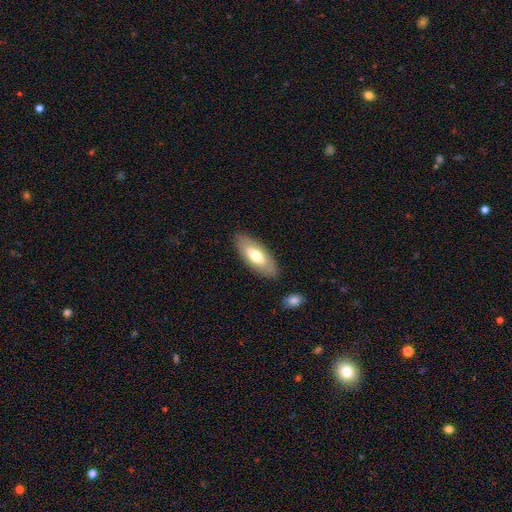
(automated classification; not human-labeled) Q: Smooth or featured?
A: smooth (62%); runner-up: featured or disk (32%)
Q: How rounded?
A: in between (82%); runner-up: cigar-shaped (16%)
Q: Merging?
A: none (85%); runner-up: minor disturbance (10%)